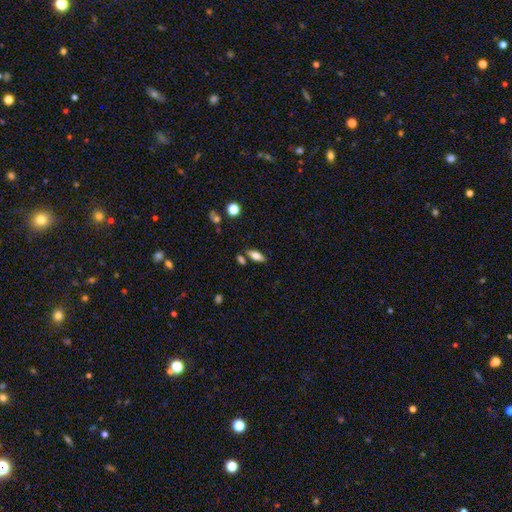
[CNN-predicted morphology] smooth_or_featured: smooth (p=0.72) [alt: featured or disk p=0.19]
how_rounded: in between (p=0.78) [alt: cigar-shaped p=0.19]
merging: none (p=0.78) [alt: minor disturbance p=0.11]